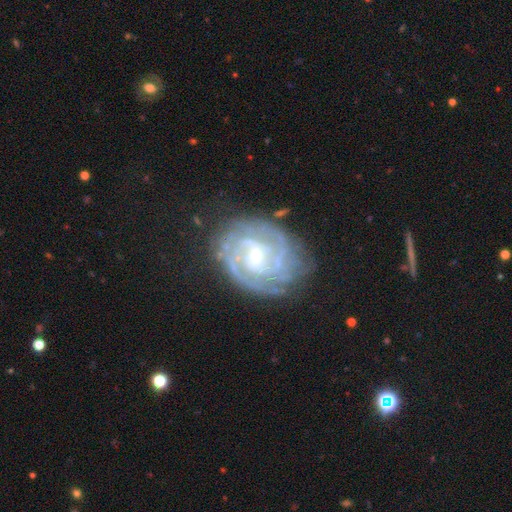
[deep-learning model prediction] This is clearly a featured or disk galaxy (89%). It is clearly not viewed edge-on (97%). Bar: marginally no (44%). Spiral arm pattern: clearly yes (97%). Spiral arm count: marginally 2 (29%). Spiral winding: likely tight (71%). Central bulge: likely small (62%). Merging: likely none (74%).